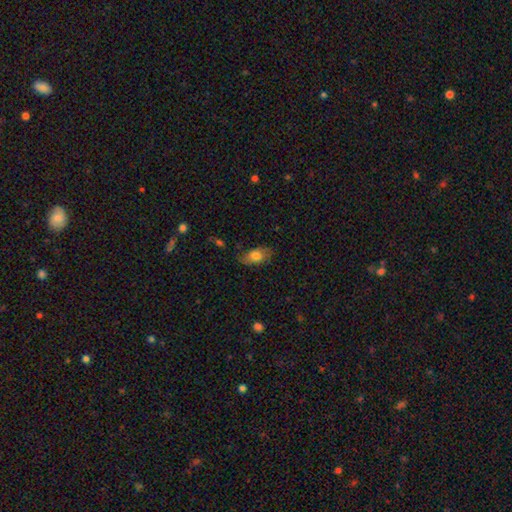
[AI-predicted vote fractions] smooth_or_featured: smooth (p=0.69) [alt: featured or disk p=0.23]
how_rounded: in between (p=0.88) [alt: round p=0.08]
merging: none (p=0.71) [alt: minor disturbance p=0.22]